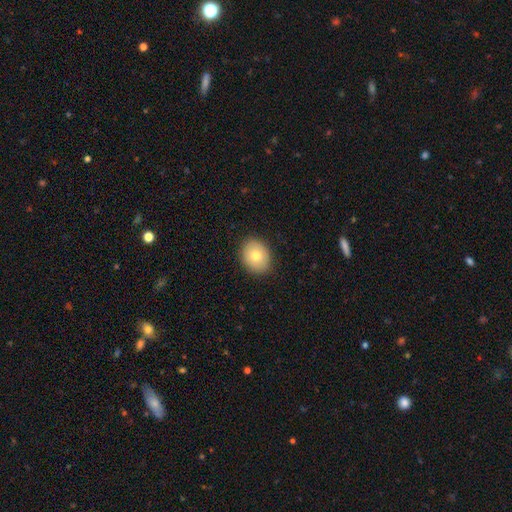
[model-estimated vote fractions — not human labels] Morphology: type=smooth (76%); roundness=in between (50%); merging=none (88%).